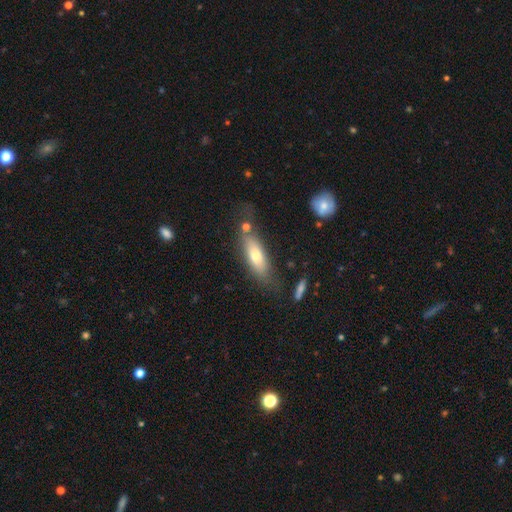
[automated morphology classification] type=smooth (65%); roundness=in between (53%); merging=none (65%).